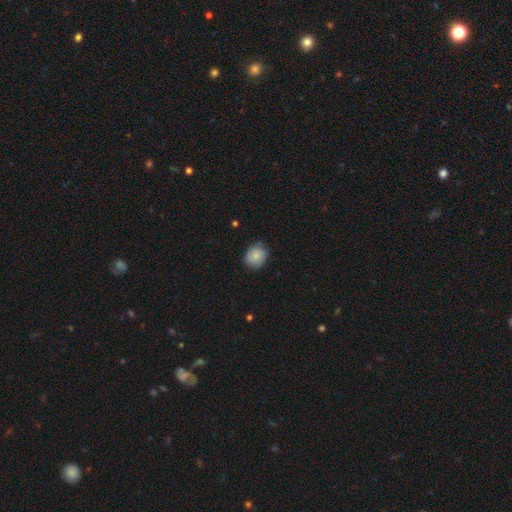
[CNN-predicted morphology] This appears to be a smooth galaxy with no disk features (83%) that is round (72%). Merging: none (76%).